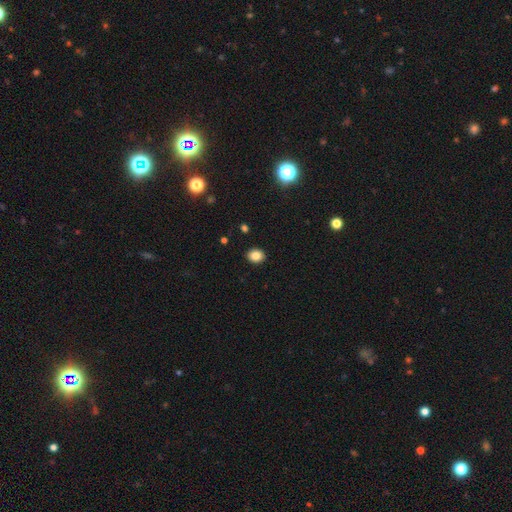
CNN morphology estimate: type=smooth (84%); roundness=round (61%); merging=none (91%).